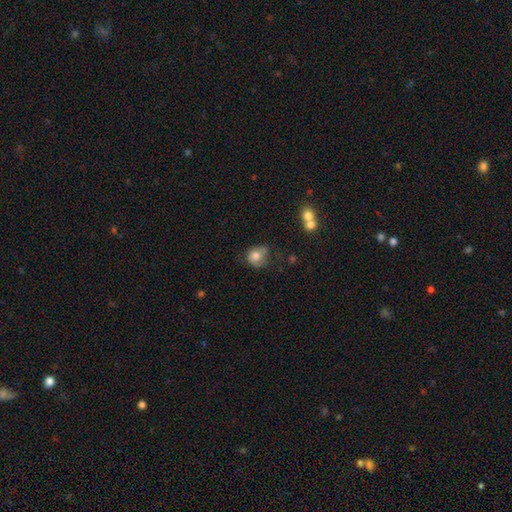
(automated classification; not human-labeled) smooth-or-featured: smooth: 76% | featured or disk: 15% | star or artifact: 9%
  how-rounded: round: 62% | in between: 37% | cigar-shaped: 1%
  merging: none: 41% | minor disturbance: 36% | major disturbance: 18% | merger: 5%